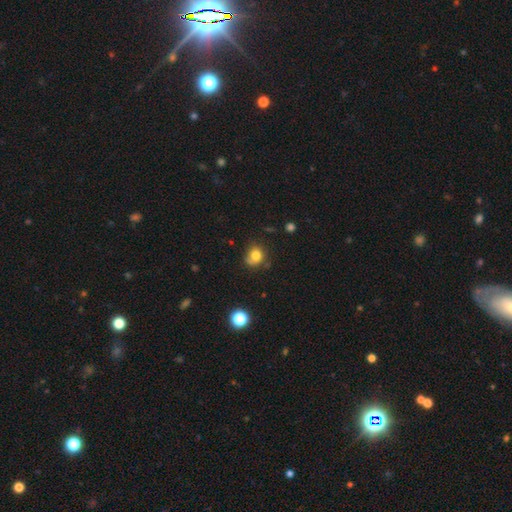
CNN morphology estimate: The model was most divided on "merging": none: 58%, minor disturbance: 28%, major disturbance: 9%, merger: 5%. More confident: smooth or featured — smooth (78%); how rounded — round (71%).